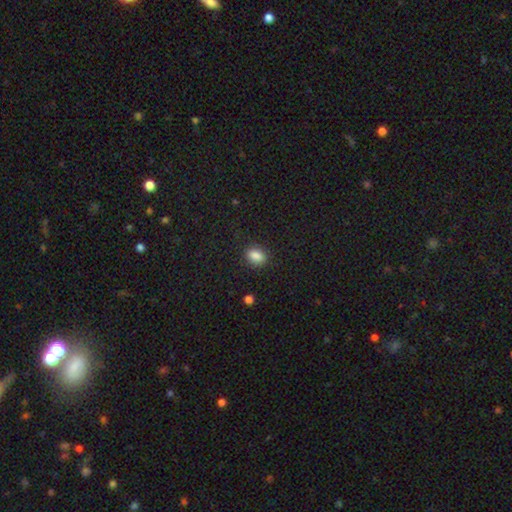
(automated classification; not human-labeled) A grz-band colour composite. It shows a smooth galaxy with no disk features (86%) that is in between round and cigar-shaped (75%). Merging: none (87%).